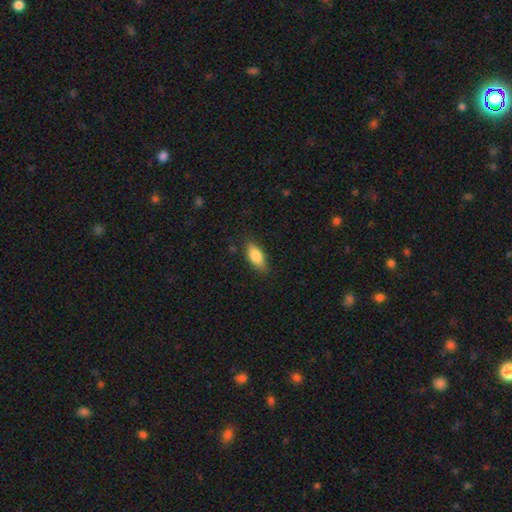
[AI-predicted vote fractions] A smooth galaxy with no disk features (81%) that is in between round and cigar-shaped (81%). Merging: none (81%).